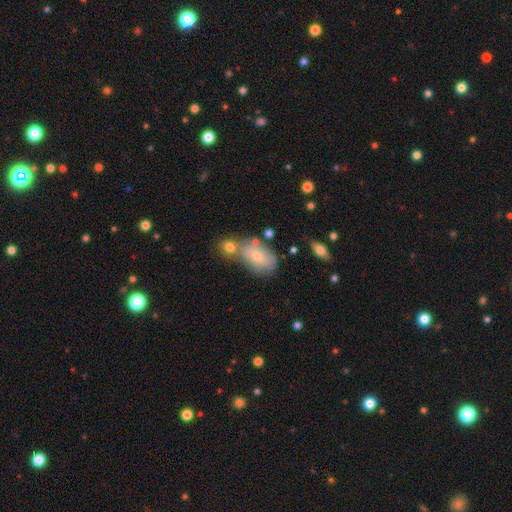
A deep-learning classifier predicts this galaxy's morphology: smooth 58%, featured or disk 30%, star or artifact 12%. Down the decision tree: how rounded — in between (83%); merging — none (43%).